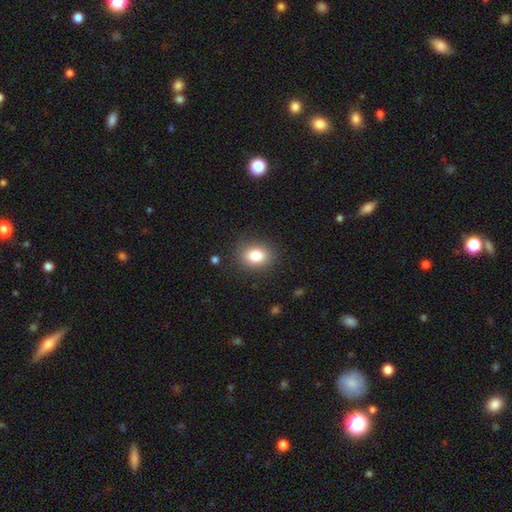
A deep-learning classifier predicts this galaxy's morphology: A smooth galaxy with no disk features (83%) that is in between round and cigar-shaped (59%). Merging: none (86%).